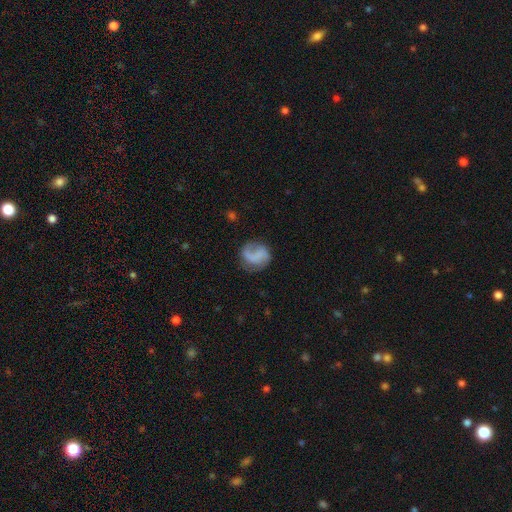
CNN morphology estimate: Overall: featured or disk (52%; smooth 39%). Edge-on disk: no (98%). Bar: no (55%; weak 32%). Spiral arms: yes (83%). Bulge size: none (68%). Merging: none (58%; minor disturbance 22%).